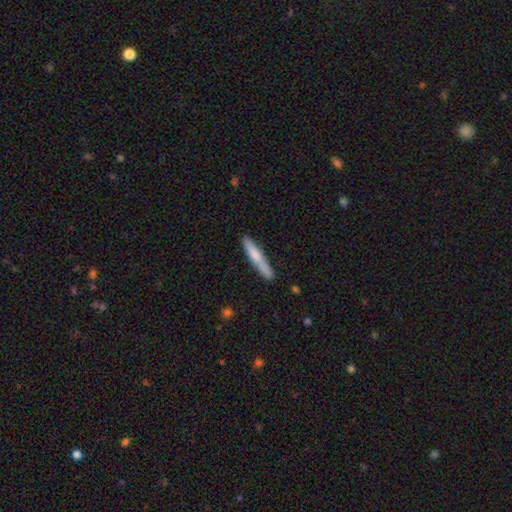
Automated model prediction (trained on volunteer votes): smooth-or-featured: smooth: 68% | featured or disk: 27% | star or artifact: 5%
  how-rounded: cigar-shaped: 93% | in between: 6% | round: 1%
  merging: none: 83% | minor disturbance: 13% | major disturbance: 2% | merger: 2%